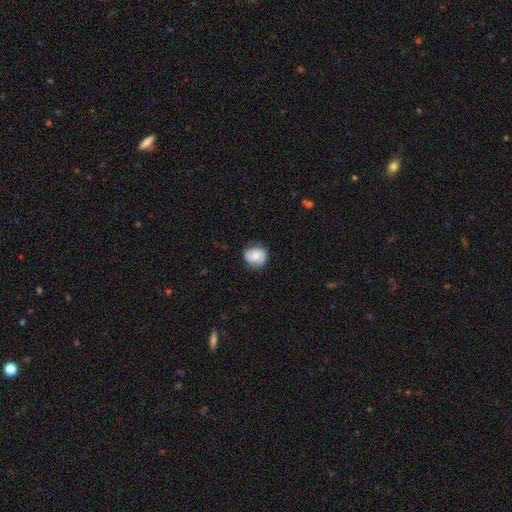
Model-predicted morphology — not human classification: Smooth or featured?
  - smooth: 47% *
  - featured or disk: 45%
  - star or artifact: 7%
Merging?
  - none: 76% *
  - minor disturbance: 18%
  - major disturbance: 5%
  - merger: 1%